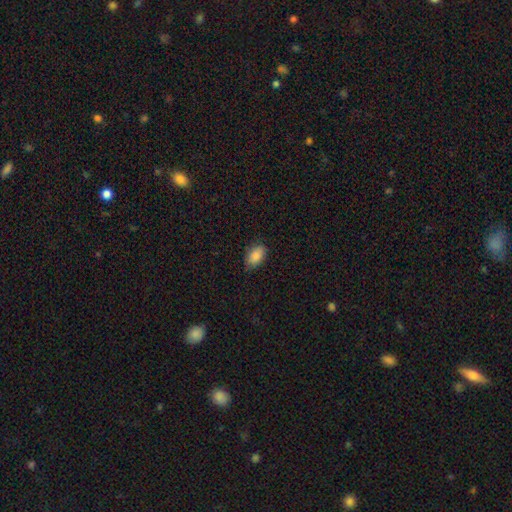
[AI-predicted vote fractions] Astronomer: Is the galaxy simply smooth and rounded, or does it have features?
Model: smooth — 88%.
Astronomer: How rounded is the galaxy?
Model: in between — 92%.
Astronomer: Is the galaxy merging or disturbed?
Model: none — 81%.